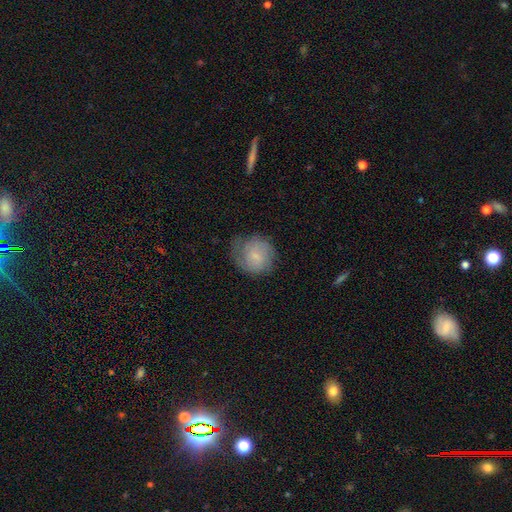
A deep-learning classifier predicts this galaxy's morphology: Smooth or featured: smooth — 56% (featured or disk — 37%)
How rounded: round — 84% (in between — 15%)
Merging: none — 62% (minor disturbance — 25%)